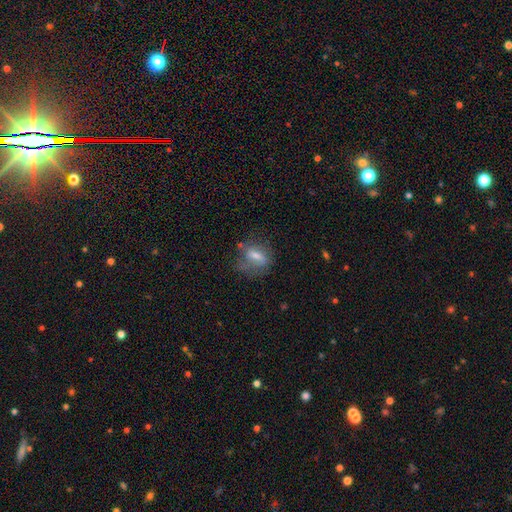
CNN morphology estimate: Overall: smooth (55%; featured or disk 35%). How rounded: in between (67%). Merging: none (47%; minor disturbance 26%).